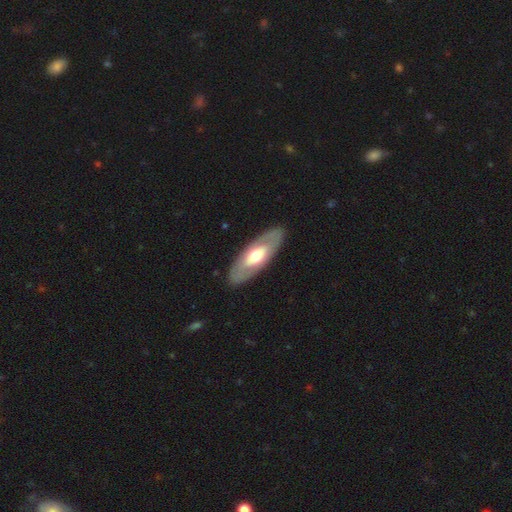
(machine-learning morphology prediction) This is possibly a featured or disk galaxy (52%). It is likely not viewed edge-on (77%). Merging: clearly none (87%).